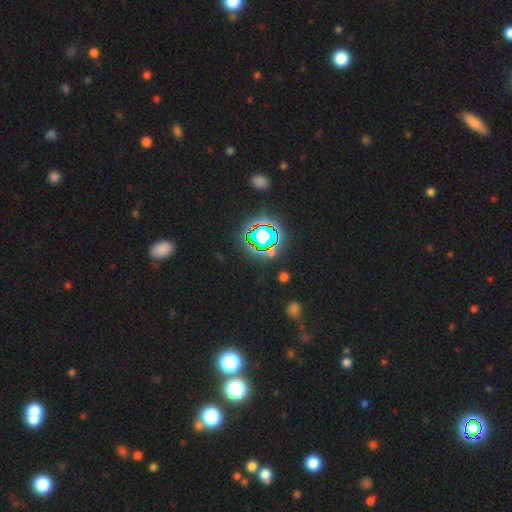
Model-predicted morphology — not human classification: The model was most divided on "smooth or featured": star or artifact: 78%, smooth: 15%, featured or disk: 8%.